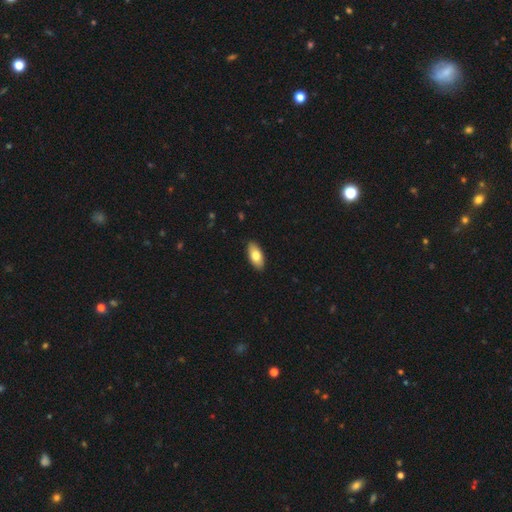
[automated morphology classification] smooth 77%, featured or disk 17%, star or artifact 6%. Down the decision tree: how rounded — in between (90%); merging — none (90%).